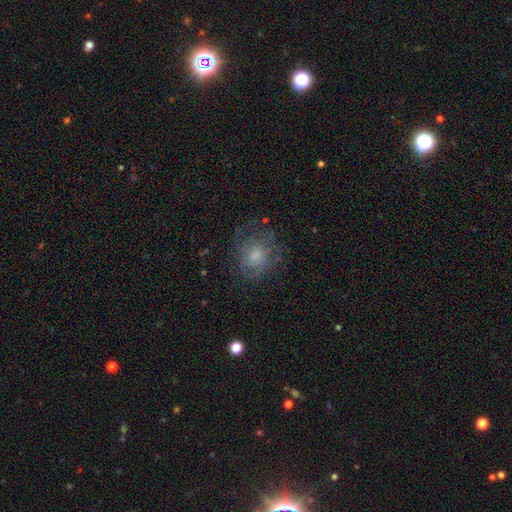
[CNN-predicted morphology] Smooth or featured? Predicted: smooth (p=0.50). How rounded? Predicted: round (p=0.73). Merging? Predicted: none (p=0.66).